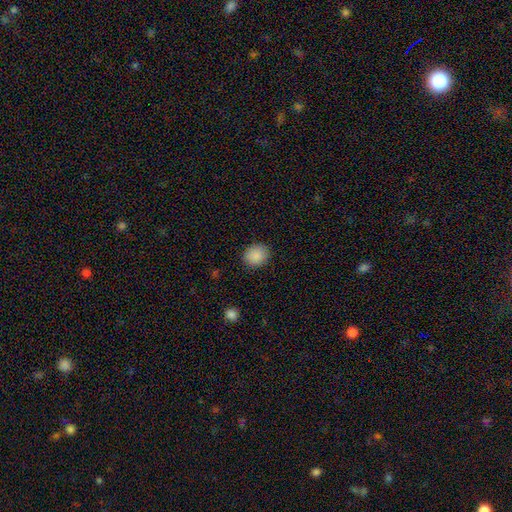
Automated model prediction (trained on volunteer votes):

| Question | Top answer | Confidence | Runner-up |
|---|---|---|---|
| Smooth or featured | smooth | 89% | star or artifact (8%) |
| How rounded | round | 63% | in between (36%) |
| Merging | none | 87% | minor disturbance (9%) |